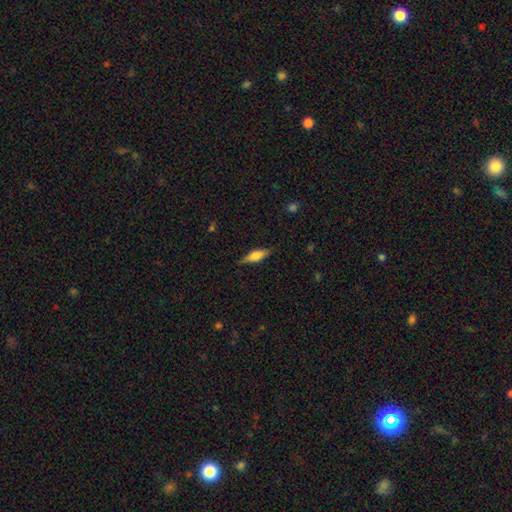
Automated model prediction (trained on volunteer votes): Overall: smooth (49%; featured or disk 44%). Merging: none (84%).